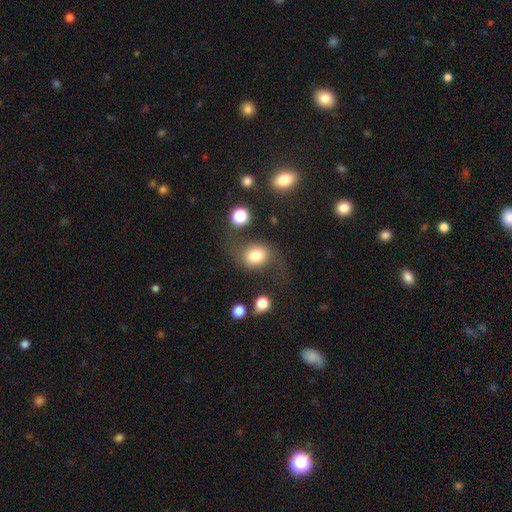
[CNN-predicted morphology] A smooth galaxy with no disk features (75%) that is in between round and cigar-shaped (53%).

Vote fractions:
- Smooth or featured? smooth: 75% / featured or disk: 15% / star or artifact: 10%
- How rounded? in between: 53% / round: 46% / cigar-shaped: 1%
- Merging? none: 59% / minor disturbance: 21% / major disturbance: 14% / merger: 6%